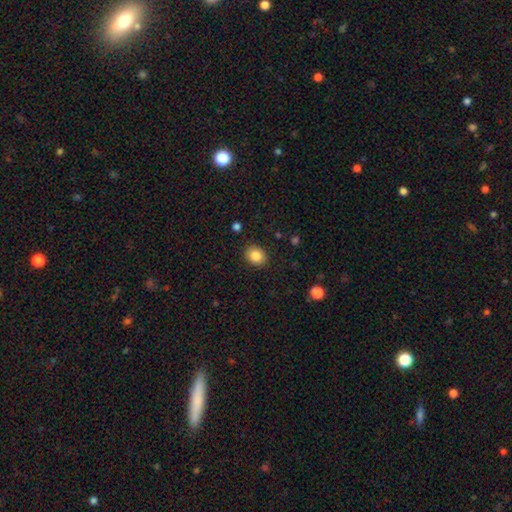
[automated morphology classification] Smooth or featured?
  - smooth: 85% *
  - star or artifact: 9%
  - featured or disk: 5%
How rounded?
  - round: 60% *
  - in between: 39%
  - cigar-shaped: 1%
Merging?
  - none: 89% *
  - minor disturbance: 8%
  - major disturbance: 2%
  - merger: 1%